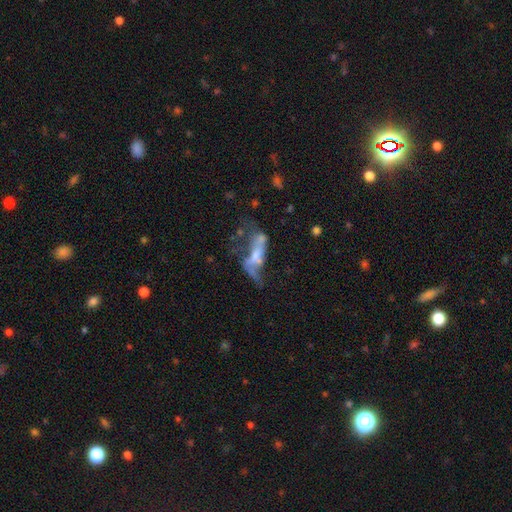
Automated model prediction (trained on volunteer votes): Smooth or featured?
  - featured or disk: 58% *
  - smooth: 30%
  - star or artifact: 12%
Edge-on disk?
  - no: 84% *
  - yes: 16%
Merging?
  - major disturbance: 40% *
  - merger: 27%
  - none: 20%
  - minor disturbance: 14%